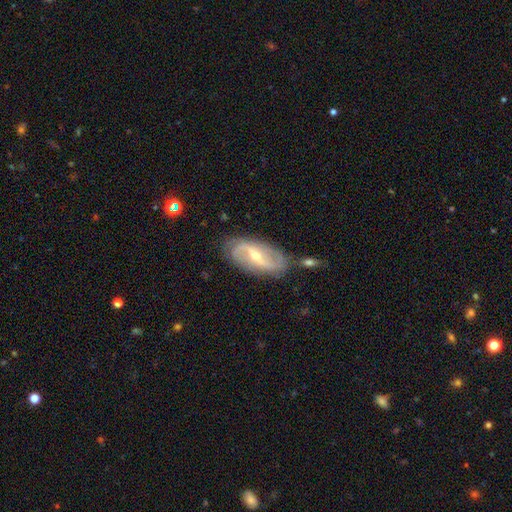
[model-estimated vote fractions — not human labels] featured or disk 85%, smooth 9%, star or artifact 6%. Down the decision tree: edge-on disk — no (94%); bar — strong (40%); spiral arms — yes (93%); spiral arm count — 2 (90%); spiral winding — loose (57%); bulge size — small (58%); merging — none (79%).